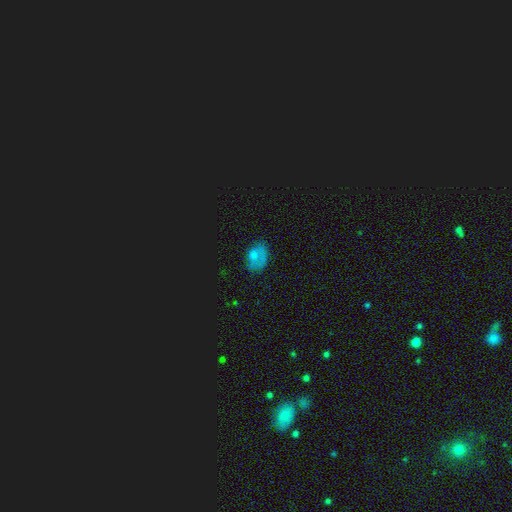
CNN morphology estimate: This appears to be a smooth galaxy with no disk features (55%) that is in between round and cigar-shaped (78%). Merging: none (47%).